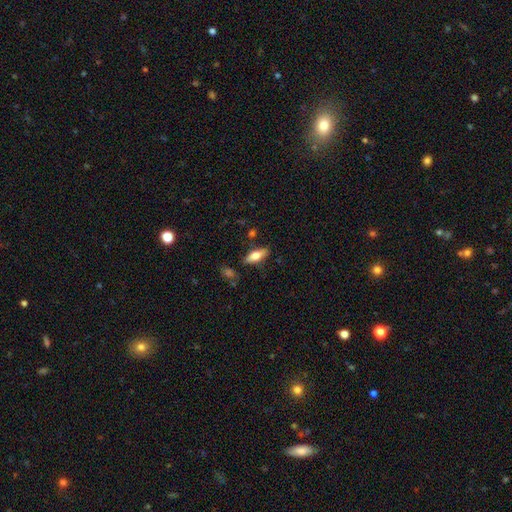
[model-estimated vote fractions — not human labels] Morphology: type=smooth (62%); roundness=in between (63%); merging=none (81%).